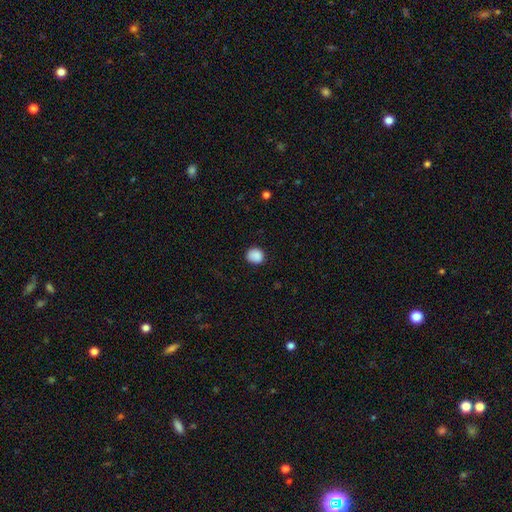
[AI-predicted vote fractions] smooth-or-featured: smooth: 89% | star or artifact: 9% | featured or disk: 3%
  how-rounded: round: 76% | in between: 23% | cigar-shaped: 1%
  merging: none: 85% | minor disturbance: 11% | major disturbance: 3% | merger: 1%